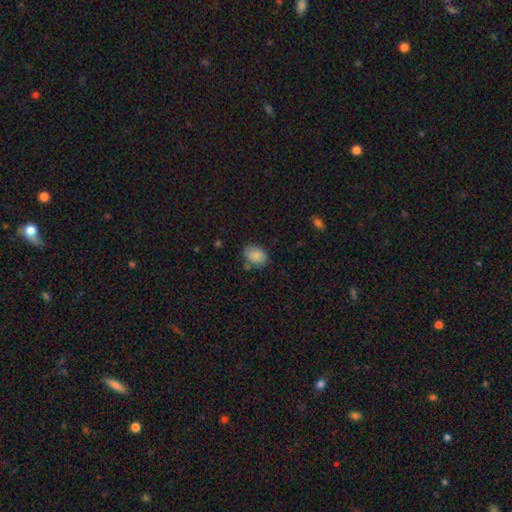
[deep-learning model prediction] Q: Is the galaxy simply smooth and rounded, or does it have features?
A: smooth — 85%.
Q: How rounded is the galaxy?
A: in between — 64%.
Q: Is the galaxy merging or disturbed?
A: none — 70%.